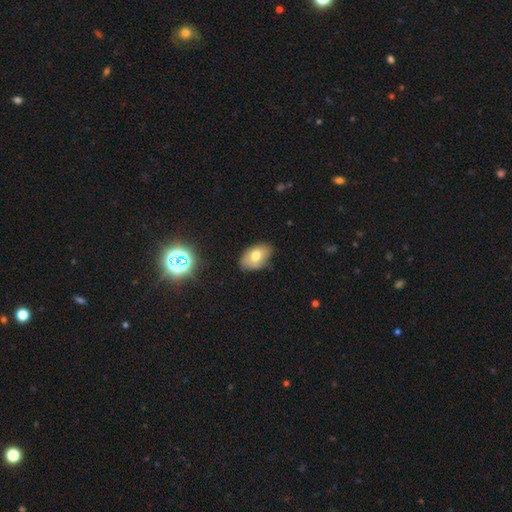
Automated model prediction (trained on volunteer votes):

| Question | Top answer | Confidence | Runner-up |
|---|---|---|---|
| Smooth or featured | smooth | 71% | featured or disk (18%) |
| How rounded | in between | 89% | round (10%) |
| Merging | none | 74% | minor disturbance (21%) |